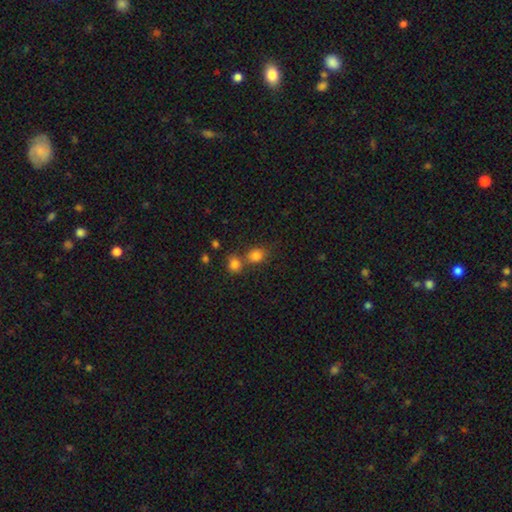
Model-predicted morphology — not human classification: Q: Smooth or featured?
A: smooth (82%); runner-up: star or artifact (13%)
Q: How rounded?
A: round (66%); runner-up: in between (33%)
Q: Merging?
A: none (53%); runner-up: merger (34%)